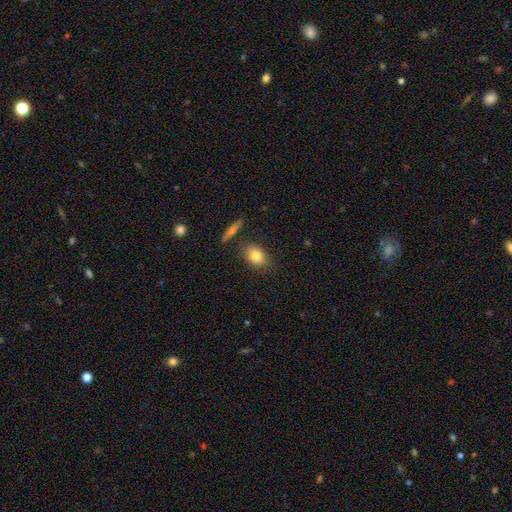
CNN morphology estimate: A smooth galaxy with no disk features (80%) that is in between round and cigar-shaped (68%).

Vote fractions:
- Smooth or featured? smooth: 80% / featured or disk: 11% / star or artifact: 8%
- How rounded? in between: 68% / round: 29% / cigar-shaped: 3%
- Merging? none: 81% / minor disturbance: 12% / merger: 4% / major disturbance: 3%